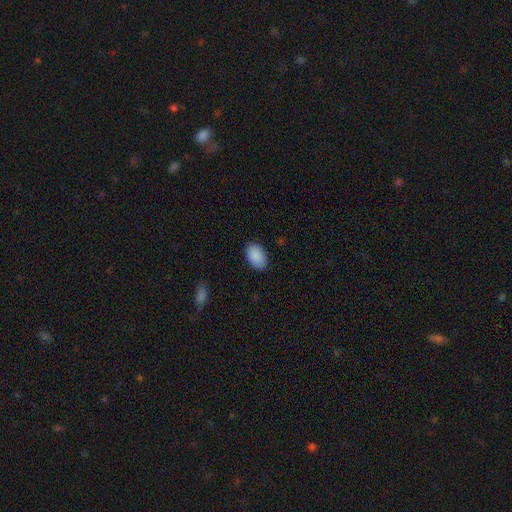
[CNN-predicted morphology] type=smooth (90%); roundness=in between (89%); merging=none (87%).